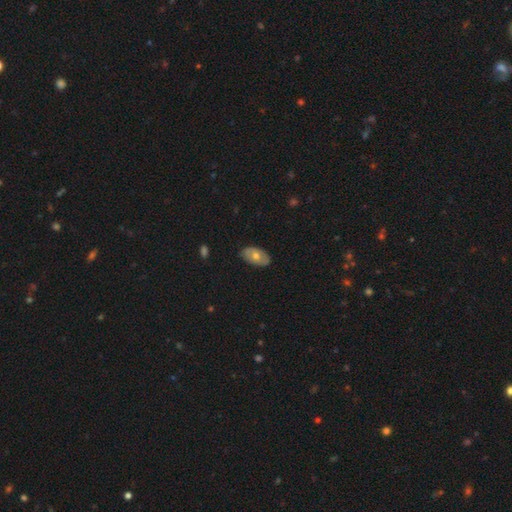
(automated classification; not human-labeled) A smooth galaxy with no disk features (57%) that is in between round and cigar-shaped (92%).

Vote fractions:
- Smooth or featured? smooth: 57% / featured or disk: 36% / star or artifact: 6%
- How rounded? in between: 92% / round: 6% / cigar-shaped: 2%
- Merging? none: 83% / minor disturbance: 14% / major disturbance: 2% / merger: 1%